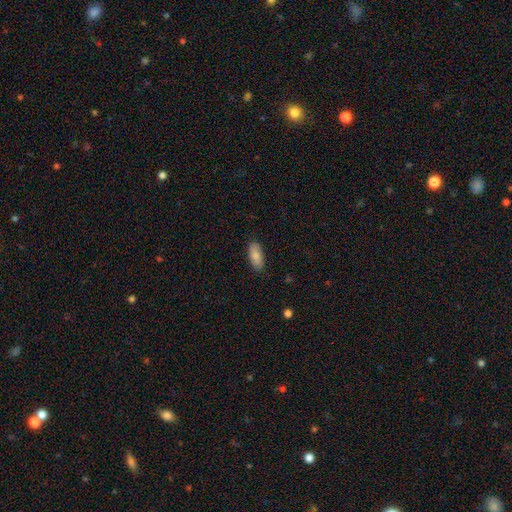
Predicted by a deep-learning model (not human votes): A smooth galaxy with no disk features (84%) that is in between round and cigar-shaped (87%).

Vote fractions:
- Smooth or featured? smooth: 84% / featured or disk: 10% / star or artifact: 6%
- How rounded? in between: 87% / cigar-shaped: 11% / round: 2%
- Merging? none: 88% / minor disturbance: 9% / major disturbance: 2% / merger: 1%